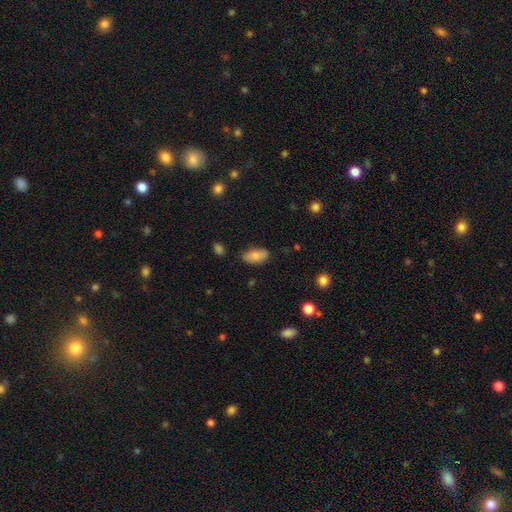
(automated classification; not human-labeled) Smooth or featured? smooth (79%)
How rounded? in between (91%)
Merging? none (74%)